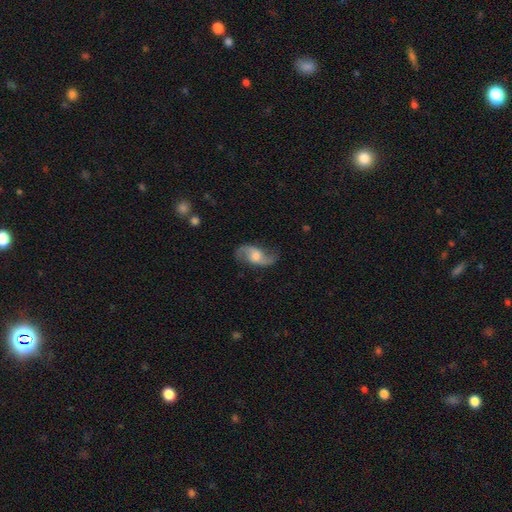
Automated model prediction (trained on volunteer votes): A featured or disk galaxy (81%) with no bar (52%), 2 (92%) loose (69%) spiral arms (95%) and a moderate central bulge (54%). Merging: none (75%).